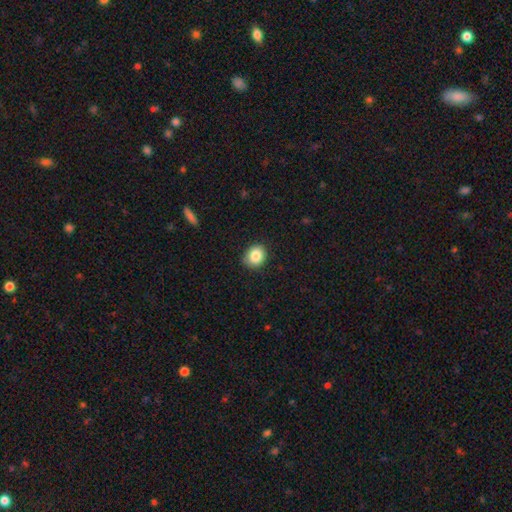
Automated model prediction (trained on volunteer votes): smooth-or-featured: smooth: 85% | star or artifact: 9% | featured or disk: 6%
  how-rounded: round: 72% | in between: 28% | cigar-shaped: 1%
  merging: none: 83% | minor disturbance: 13% | major disturbance: 2% | merger: 1%